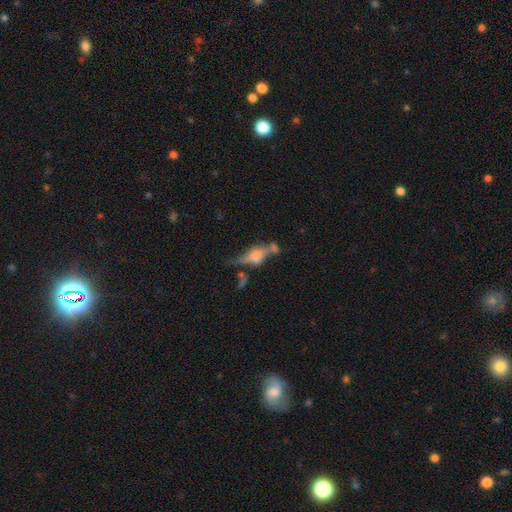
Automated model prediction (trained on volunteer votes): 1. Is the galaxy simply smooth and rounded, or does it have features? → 59% featured or disk, 30% smooth, 11% star or artifact.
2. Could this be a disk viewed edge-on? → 76% yes, 24% no.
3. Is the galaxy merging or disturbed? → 44% none, 22% merger, 19% minor disturbance, 15% major disturbance.